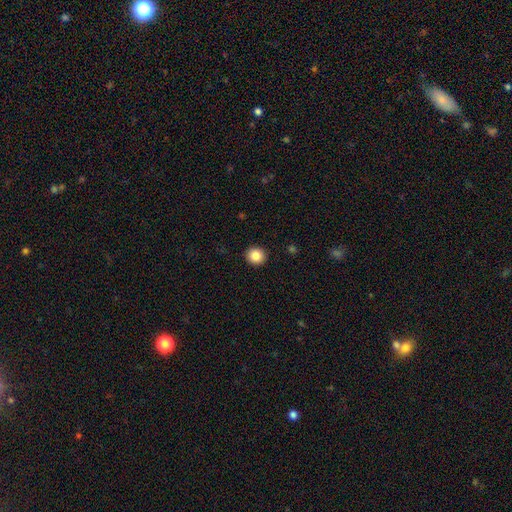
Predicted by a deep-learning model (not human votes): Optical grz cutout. It shows a smooth galaxy with no disk features (86%) that is round (91%). Merging: none (92%).